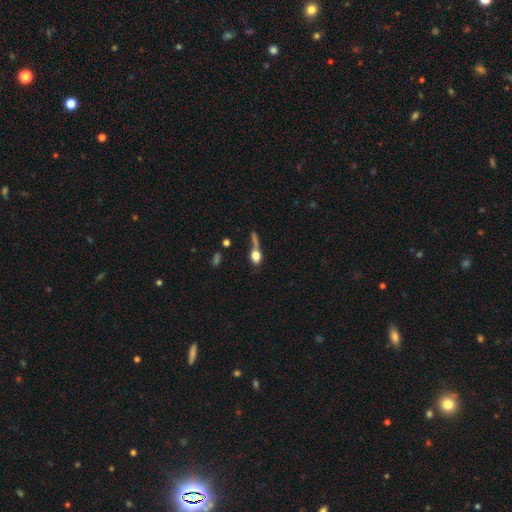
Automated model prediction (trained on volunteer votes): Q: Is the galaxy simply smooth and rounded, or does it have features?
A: smooth — 69%.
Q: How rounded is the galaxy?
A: in between — 43%, tied with round.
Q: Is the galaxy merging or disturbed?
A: none — 38%.